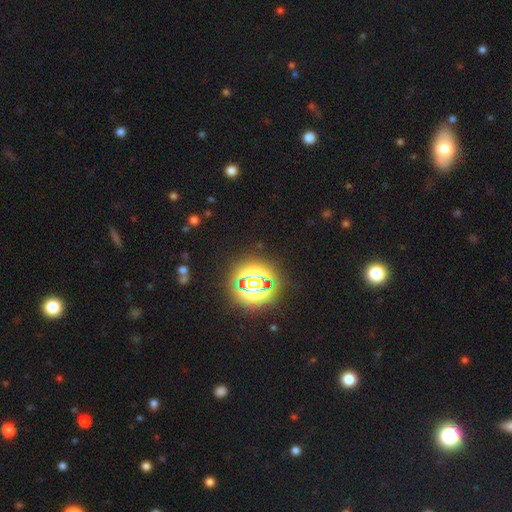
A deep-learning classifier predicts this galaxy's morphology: This is likely a star or artifact rather than a galaxy (79%).